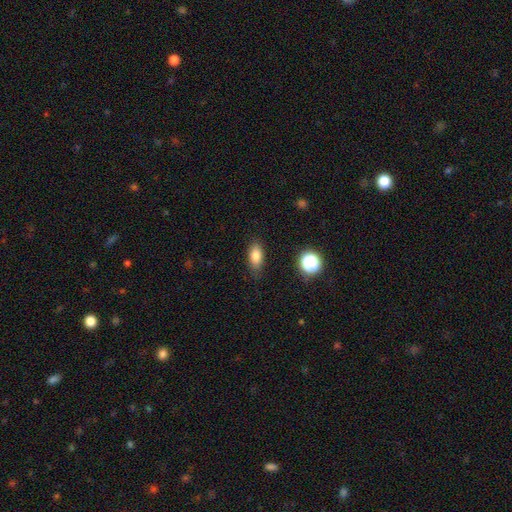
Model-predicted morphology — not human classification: This is clearly a smooth galaxy (82%). How rounded: clearly in between (83%). Merging: clearly none (82%).